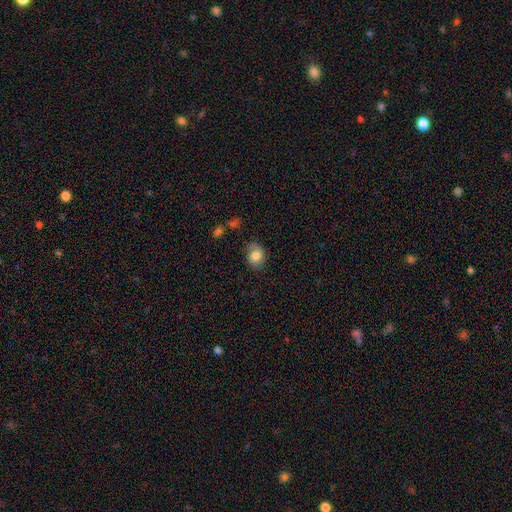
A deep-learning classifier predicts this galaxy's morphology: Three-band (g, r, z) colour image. It shows a smooth galaxy with no disk features (79%) that is in between round and cigar-shaped (58%). Merging: none (70%).